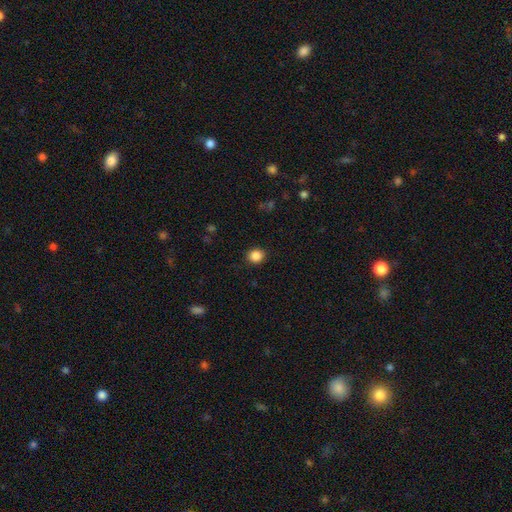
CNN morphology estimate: Smooth or featured: smooth — 86% (star or artifact — 11%)
How rounded: round — 82% (in between — 17%)
Merging: none — 90% (minor disturbance — 7%)